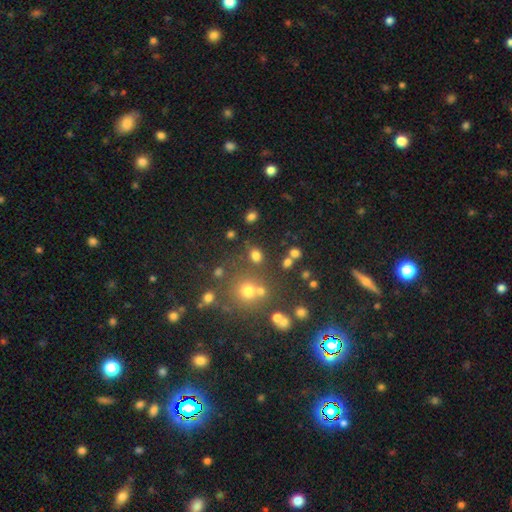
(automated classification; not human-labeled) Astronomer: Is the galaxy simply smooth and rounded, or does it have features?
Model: smooth — 74%.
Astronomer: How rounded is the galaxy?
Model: round — 55% (runner-up: in between, 43%).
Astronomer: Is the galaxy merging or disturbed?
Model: none — 73%.